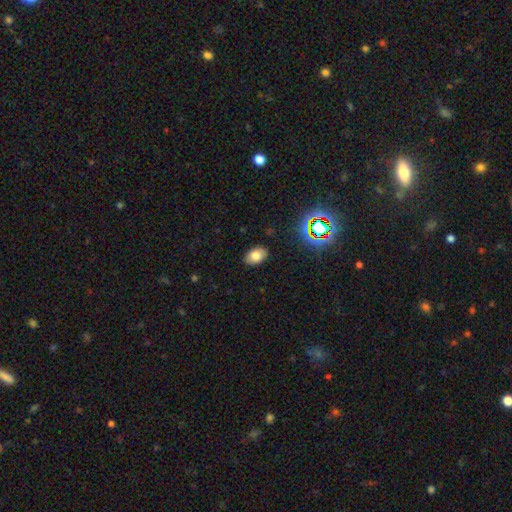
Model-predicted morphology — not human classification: type=smooth (76%); roundness=in between (85%); merging=none (88%).